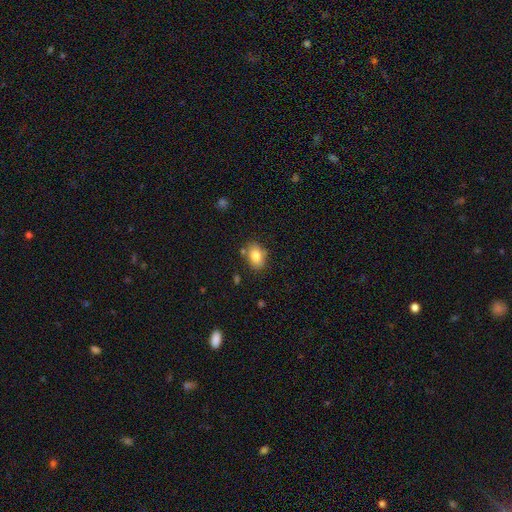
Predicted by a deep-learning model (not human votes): Smooth or featured? smooth (81%)
How rounded? in between (74%)
Merging? none (75%)